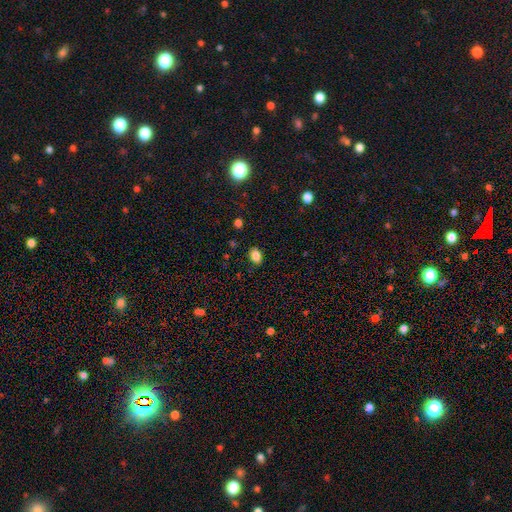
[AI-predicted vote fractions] Smooth or featured? smooth (85%)
How rounded? in between (82%)
Merging? none (86%)